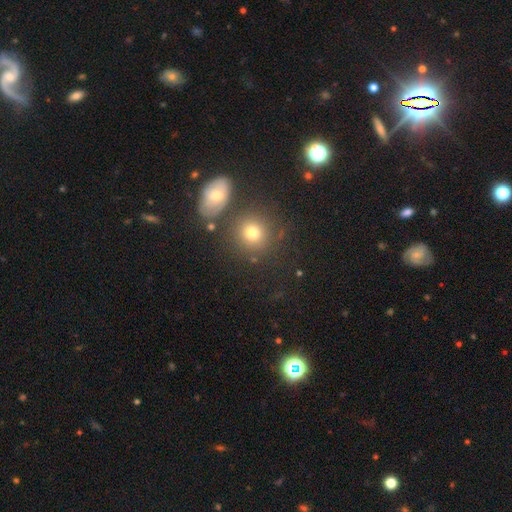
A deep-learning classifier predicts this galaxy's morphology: A smooth galaxy with no disk features (52%) that is round (86%). Merging: none (72%).